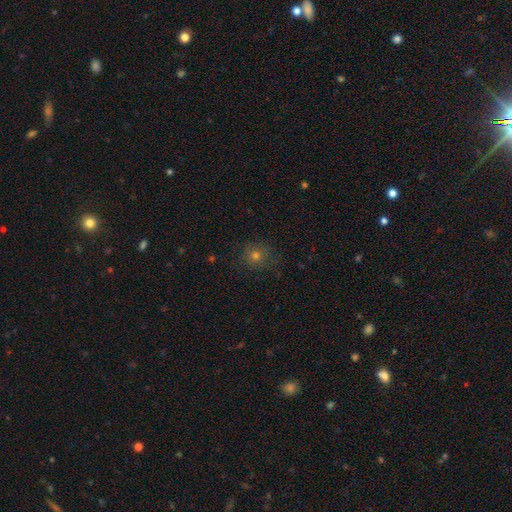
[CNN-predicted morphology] smooth_or_featured: smooth (p=0.64) [alt: star or artifact p=0.25]
how_rounded: round (p=0.90) [alt: in between p=0.09]
merging: none (p=0.83) [alt: minor disturbance p=0.12]